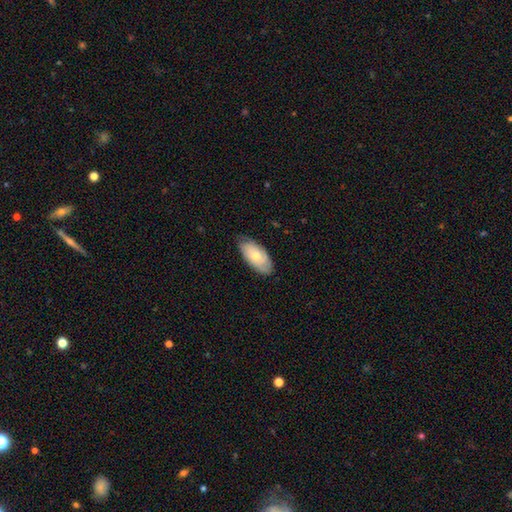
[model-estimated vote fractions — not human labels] Smooth or featured: smooth — 59% (featured or disk — 35%)
How rounded: in between — 91% (cigar-shaped — 6%)
Merging: none — 73% (minor disturbance — 23%)